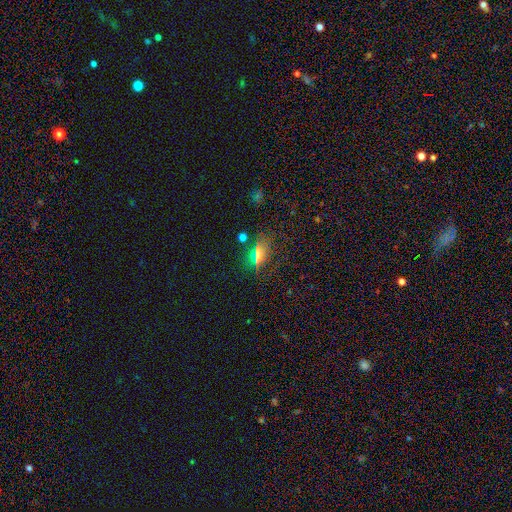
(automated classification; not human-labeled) A smooth galaxy with no disk features (52%) that is in between round and cigar-shaped (66%). Merging: none (78%).